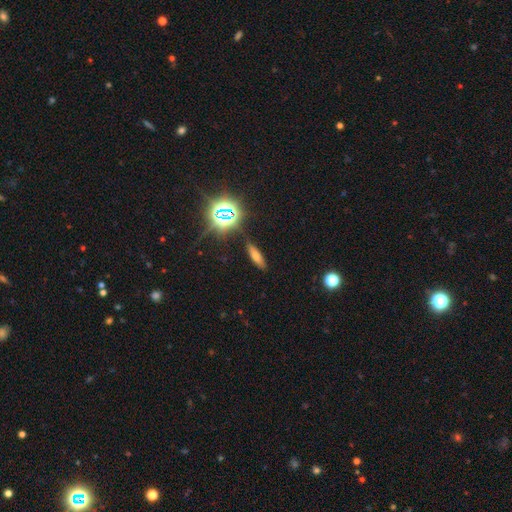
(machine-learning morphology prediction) Smooth or featured? Predicted: smooth (p=0.55). How rounded? Predicted: cigar-shaped (p=0.66). Merging? Predicted: none (p=0.86).